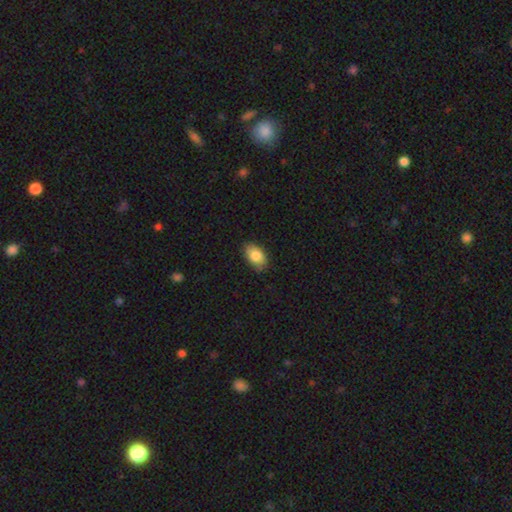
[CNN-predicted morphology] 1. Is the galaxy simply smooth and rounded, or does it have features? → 83% smooth, 10% featured or disk, 7% star or artifact.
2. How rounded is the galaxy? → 91% in between, 8% round, 2% cigar-shaped.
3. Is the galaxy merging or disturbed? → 83% none, 13% minor disturbance, 2% major disturbance, 1% merger.